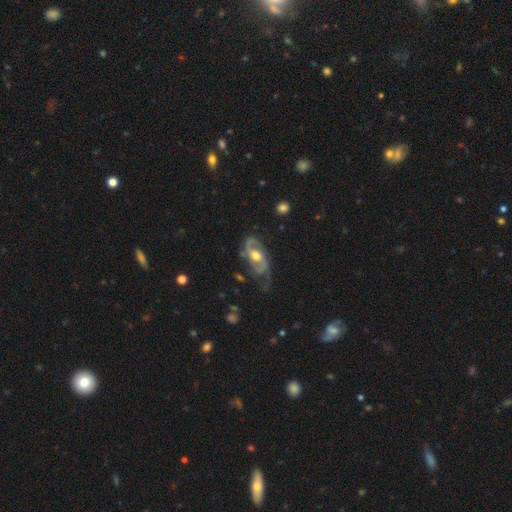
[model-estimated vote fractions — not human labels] Smooth or featured?
  - featured or disk: 82% *
  - smooth: 12%
  - star or artifact: 5%
Edge-on disk?
  - no: 93% *
  - yes: 7%
Bar?
  - no: 50% *
  - weak: 37%
  - strong: 13%
Spiral arms?
  - yes: 91% *
  - no: 9%
Spiral winding?
  - medium: 46% *
  - loose: 31%
  - tight: 22%
Spiral arm count?
  - 2: 82% *
  - can't tell: 8%
  - 1: 4%
  - 3: 3%
  - 4: 1%
  - more than 4: 1%
Bulge size?
  - moderate: 74% *
  - large: 12%
  - small: 11%
  - none: 1%
  - dominant: 1%
Merging?
  - none: 52% *
  - minor disturbance: 26%
  - major disturbance: 19%
  - merger: 3%